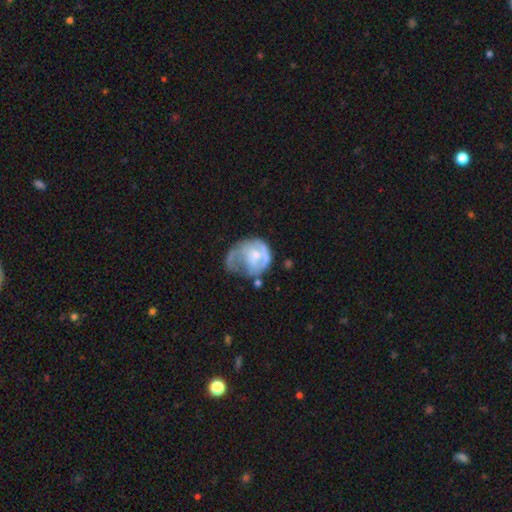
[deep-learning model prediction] A featured or disk galaxy (60%) with no bar (72%), spiral arms (54%) and a small central bulge (40%). Merging: major disturbance (42%).